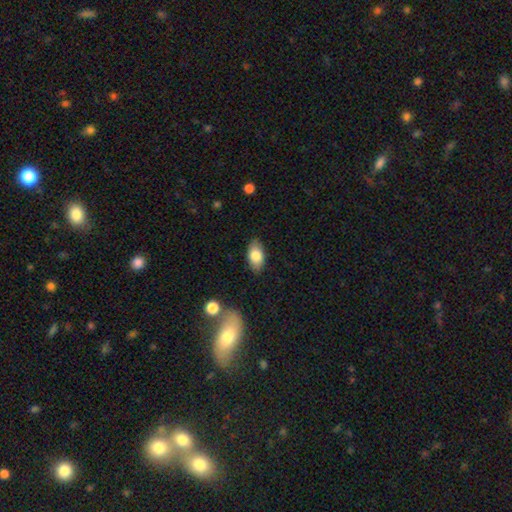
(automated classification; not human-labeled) A smooth galaxy with no disk features (80%) that is in between round and cigar-shaped (92%).

Vote fractions:
- Smooth or featured? smooth: 80% / featured or disk: 13% / star or artifact: 7%
- How rounded? in between: 92% / round: 5% / cigar-shaped: 3%
- Merging? none: 85% / minor disturbance: 11% / major disturbance: 2% / merger: 2%